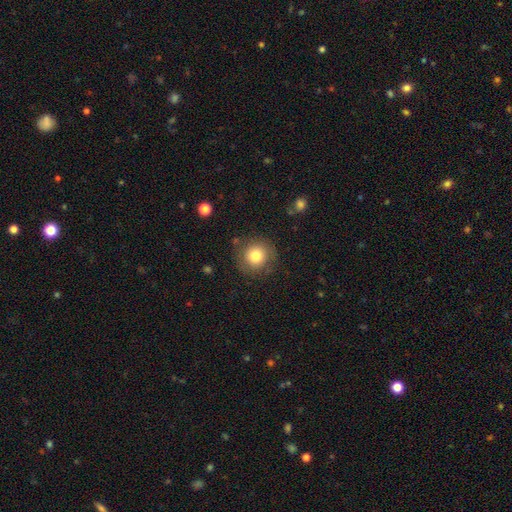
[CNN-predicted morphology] This is likely a smooth galaxy (79%). How rounded: clearly round (92%). Merging: clearly none (83%).